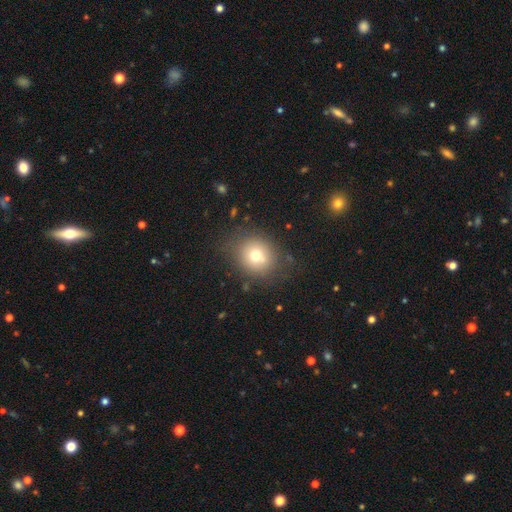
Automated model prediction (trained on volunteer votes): Overall: smooth (70%). How rounded: round (77%). Merging: none (78%).